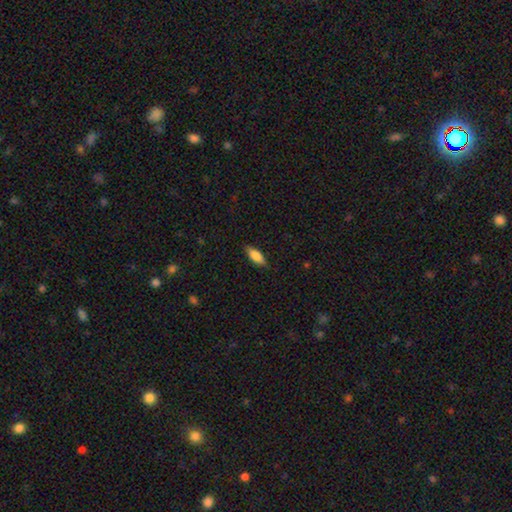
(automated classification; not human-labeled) smooth 80%, featured or disk 14%, star or artifact 6%. Down the decision tree: how rounded — in between (69%); merging — none (86%).